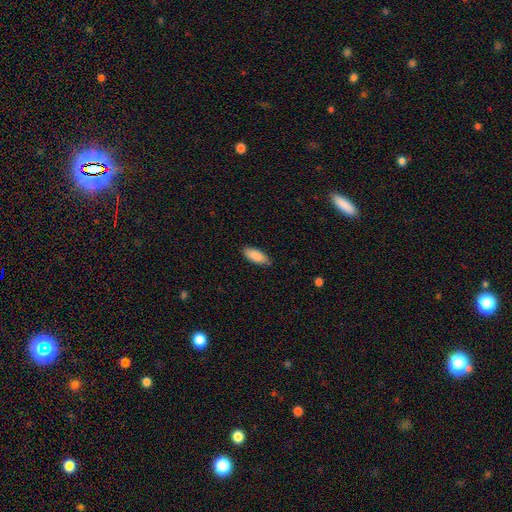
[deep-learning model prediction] Q: Smooth or featured?
A: smooth (89%); runner-up: star or artifact (6%)
Q: How rounded?
A: in between (81%); runner-up: cigar-shaped (17%)
Q: Merging?
A: none (84%); runner-up: minor disturbance (13%)